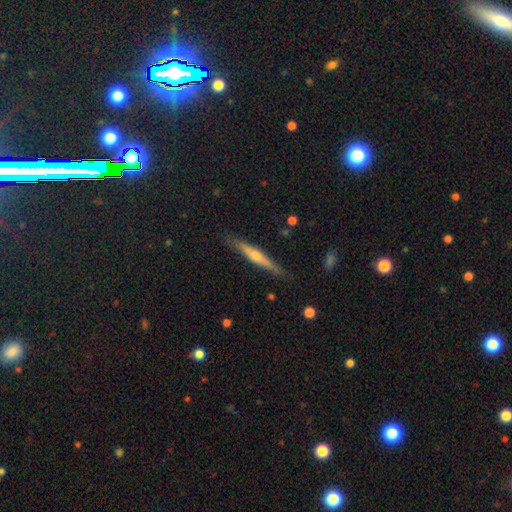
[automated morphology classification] smooth_or_featured: featured or disk (p=0.65) [alt: smooth p=0.29]
disk_edge_on: yes (p=0.97) [alt: no p=0.03]
edge_on_bulge: rounded (p=0.85) [alt: none p=0.11]
merging: none (p=0.87) [alt: minor disturbance p=0.10]